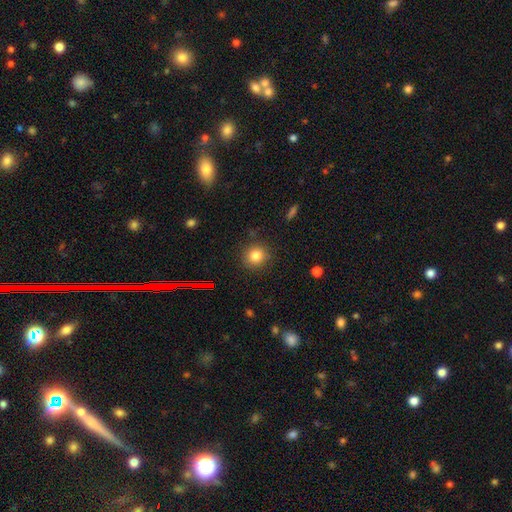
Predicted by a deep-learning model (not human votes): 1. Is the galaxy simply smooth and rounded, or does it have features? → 82% smooth, 12% star or artifact, 7% featured or disk.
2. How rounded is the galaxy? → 89% round, 10% in between, 1% cigar-shaped.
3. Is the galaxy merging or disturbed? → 89% none, 8% minor disturbance, 2% major disturbance, 1% merger.